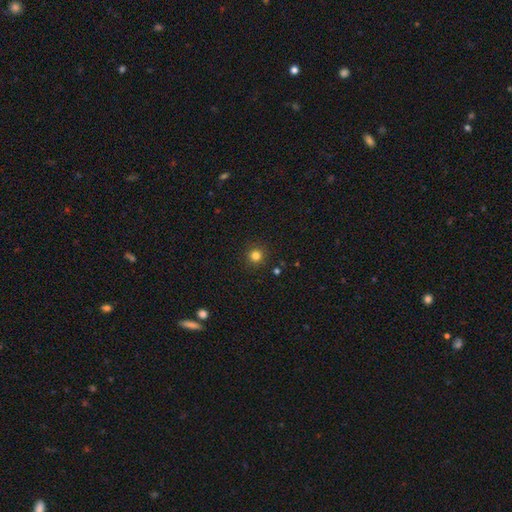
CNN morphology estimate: Smooth or featured: smooth — 81% (star or artifact — 14%)
How rounded: round — 94% (in between — 5%)
Merging: none — 91% (minor disturbance — 5%)